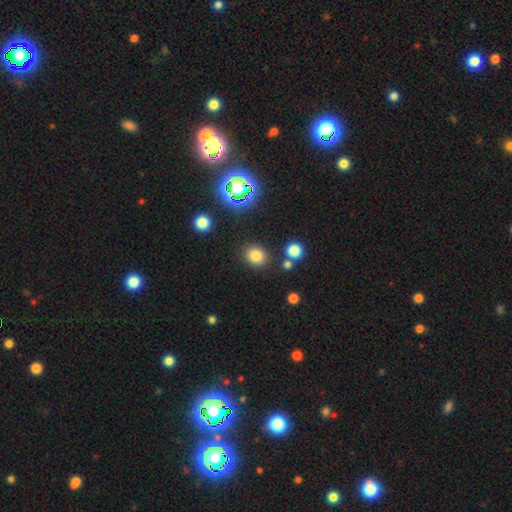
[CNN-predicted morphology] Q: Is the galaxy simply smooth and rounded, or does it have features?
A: smooth — 77%.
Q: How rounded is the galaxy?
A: round — 67%.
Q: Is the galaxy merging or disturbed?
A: none — 84%.